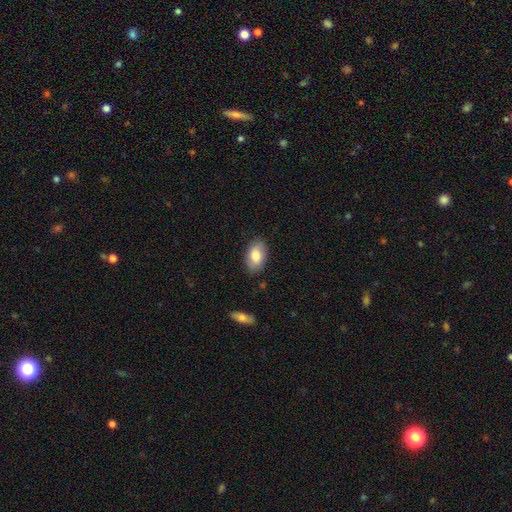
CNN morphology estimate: smooth 82%, featured or disk 11%, star or artifact 6%. Down the decision tree: how rounded — in between (92%); merging — none (85%).